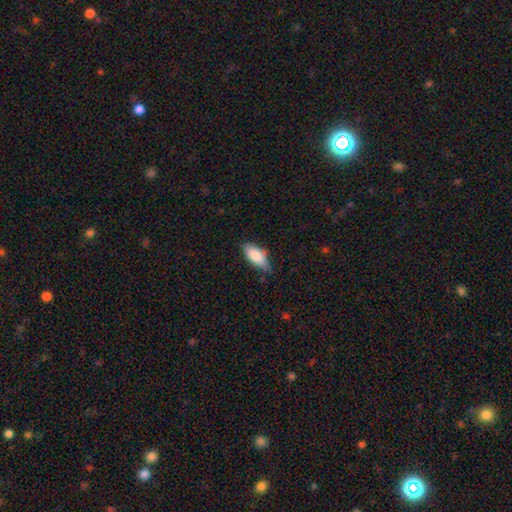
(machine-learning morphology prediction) This appears to be a smooth galaxy with no disk features (84%) that is in between round and cigar-shaped (85%). Merging: none (61%).